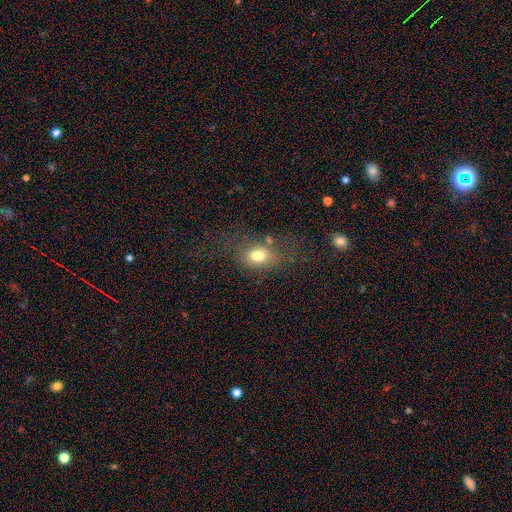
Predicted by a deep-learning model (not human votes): A smooth galaxy with no disk features (75%) that is in between round and cigar-shaped (72%).

Vote fractions:
- Smooth or featured? smooth: 75% / featured or disk: 14% / star or artifact: 12%
- How rounded? in between: 72% / round: 26% / cigar-shaped: 2%
- Merging? none: 52% / minor disturbance: 22% / major disturbance: 19% / merger: 8%